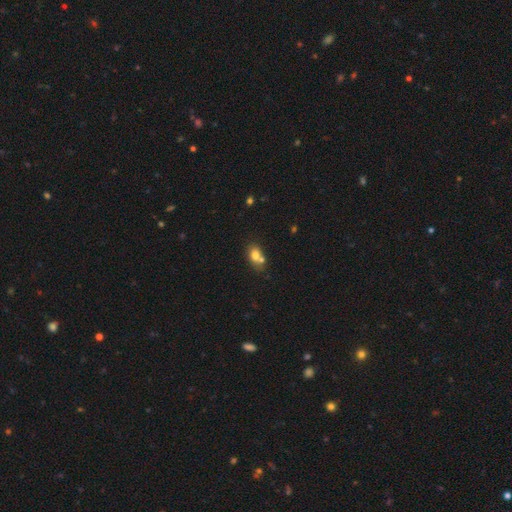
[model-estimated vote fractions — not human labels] smooth 74%, featured or disk 15%, star or artifact 11%. Down the decision tree: how rounded — in between (71%); merging — none (42%).